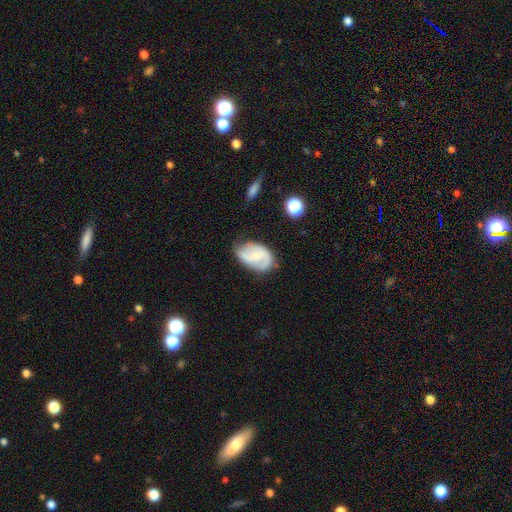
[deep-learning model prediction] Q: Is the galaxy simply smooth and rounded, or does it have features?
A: featured or disk — 66%.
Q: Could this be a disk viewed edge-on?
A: no — 97%.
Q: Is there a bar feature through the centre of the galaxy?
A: weak — 46%.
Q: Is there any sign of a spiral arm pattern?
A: yes — 89%.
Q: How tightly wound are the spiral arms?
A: medium — 43%.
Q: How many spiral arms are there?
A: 2 — 77%.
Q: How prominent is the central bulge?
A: small — 50%.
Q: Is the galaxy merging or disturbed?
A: none — 53%.